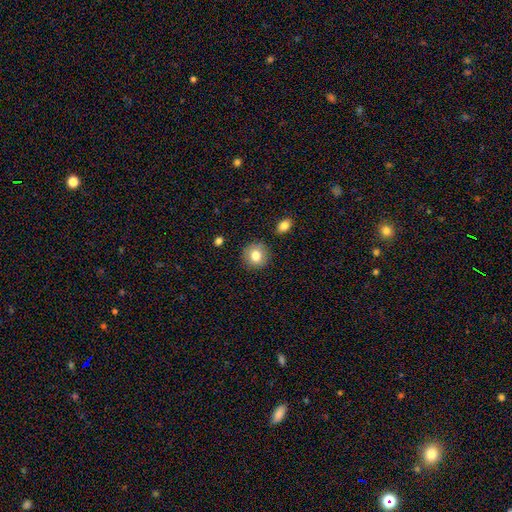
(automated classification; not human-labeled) smooth 81%, featured or disk 10%, star or artifact 9%. Down the decision tree: how rounded — round (89%); merging — none (87%).